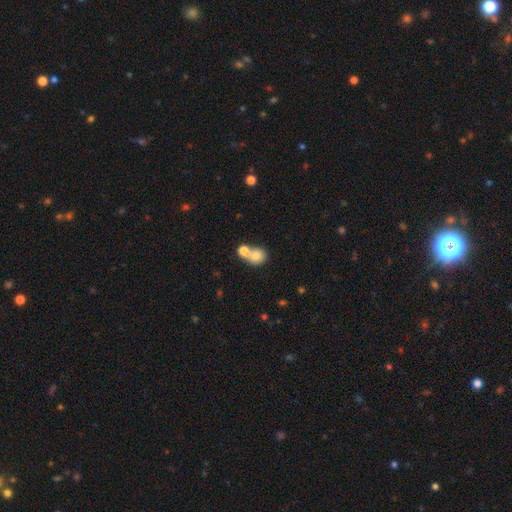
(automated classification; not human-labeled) The model was most divided on "merging": merger: 64%, none: 26%, minor disturbance: 6%, major disturbance: 4%. More confident: smooth or featured — smooth (74%); how rounded — round (68%).